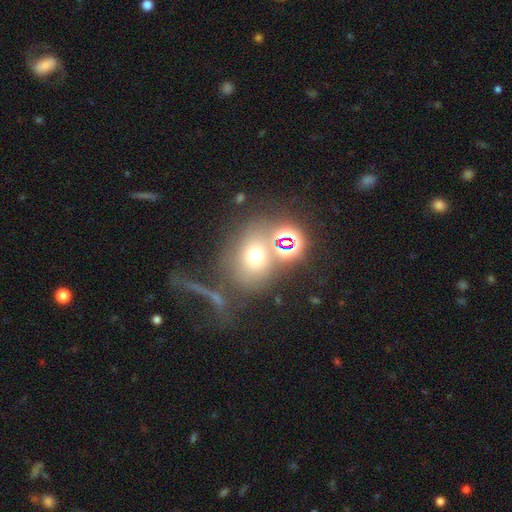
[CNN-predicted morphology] A smooth galaxy with no disk features (58%) that is round (65%). Merging: none (56%).